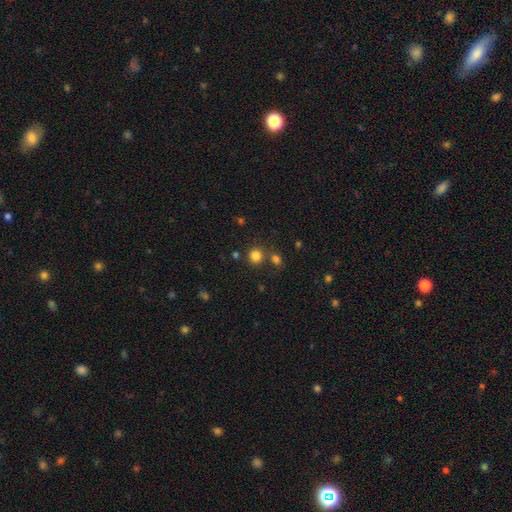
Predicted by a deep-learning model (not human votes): A smooth galaxy with no disk features (81%) that is round (85%).

Vote fractions:
- Smooth or featured? smooth: 81% / star or artifact: 14% / featured or disk: 5%
- How rounded? round: 85% / in between: 14% / cigar-shaped: 1%
- Merging? none: 73% / merger: 15% / minor disturbance: 8% / major disturbance: 4%